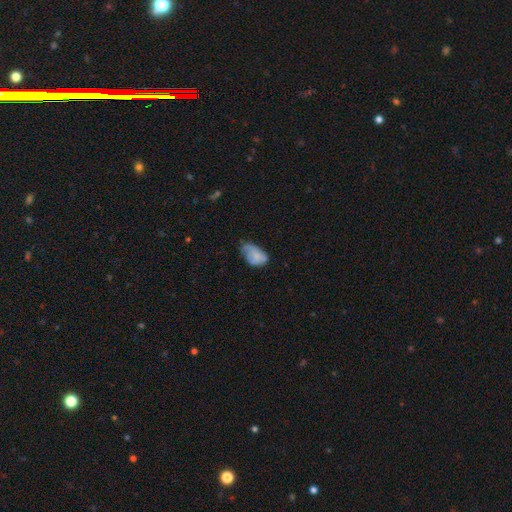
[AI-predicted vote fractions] This appears to be a smooth galaxy with no disk features (62%) that is in between round and cigar-shaped (90%). Merging: minor disturbance (43%).